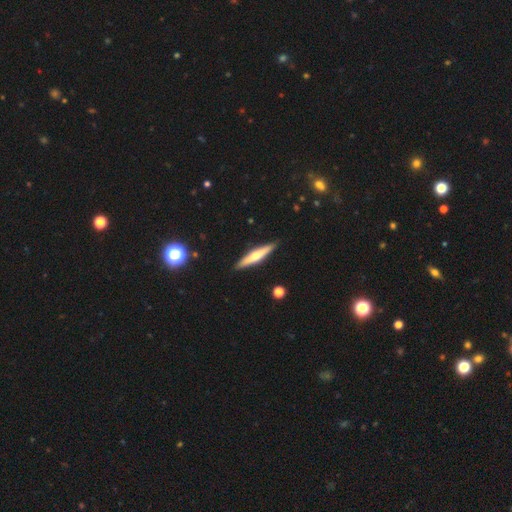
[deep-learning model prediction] Overall: featured or disk (58%; smooth 36%). Edge-on disk: yes (96%). Edge-on bulge: rounded (86%). Merging: none (90%).